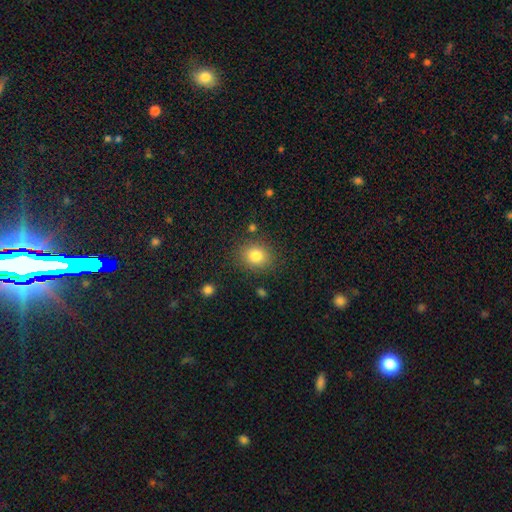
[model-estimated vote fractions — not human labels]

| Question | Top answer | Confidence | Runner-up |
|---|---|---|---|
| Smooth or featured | smooth | 81% | star or artifact (11%) |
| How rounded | round | 68% | in between (31%) |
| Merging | none | 84% | minor disturbance (10%) |